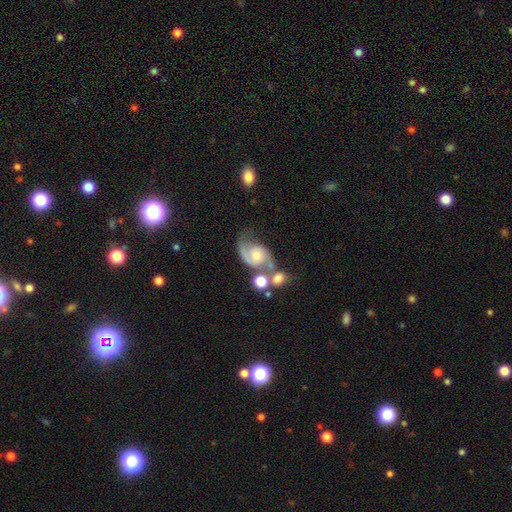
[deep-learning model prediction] smooth-or-featured: featured or disk: 80% | smooth: 13% | star or artifact: 7%
  disk-edge-on: no: 98% | yes: 2%
    bar: no: 66% | weak: 29% | strong: 5%
    has-spiral-arms: yes: 95% | no: 5%
      spiral-winding: medium: 49% | loose: 34% | tight: 17%
      spiral-arm-count: 2: 81% | 1: 12% | can't tell: 4% | 3: 1% | 4: 1% | more than 4: 1%
    bulge-size: moderate: 45% | small: 40% | large: 7% | none: 7% | dominant: 2%
  merging: none: 38% | merger: 26% | minor disturbance: 20% | major disturbance: 17%